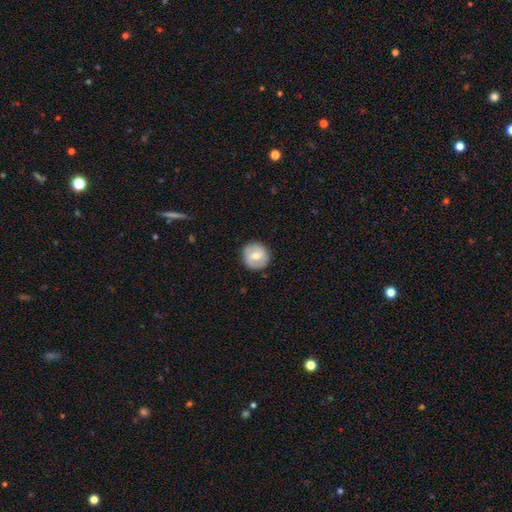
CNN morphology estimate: This appears to be a smooth galaxy with no disk features (57%) that is round (91%). Merging: none (87%).